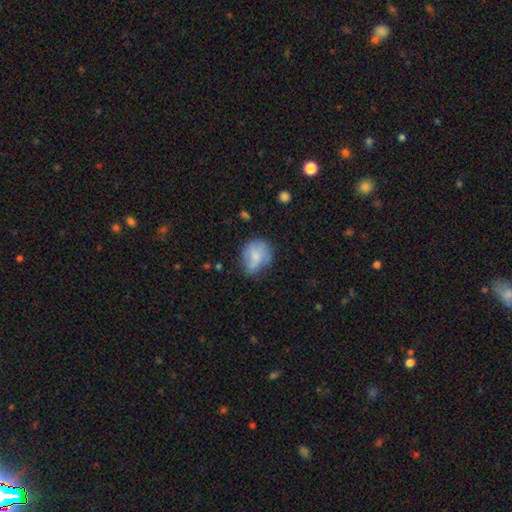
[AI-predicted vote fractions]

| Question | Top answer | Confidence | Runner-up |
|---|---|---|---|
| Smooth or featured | smooth | 67% | featured or disk (24%) |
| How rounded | round | 52% | in between (47%) |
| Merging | none | 49% | minor disturbance (32%) |